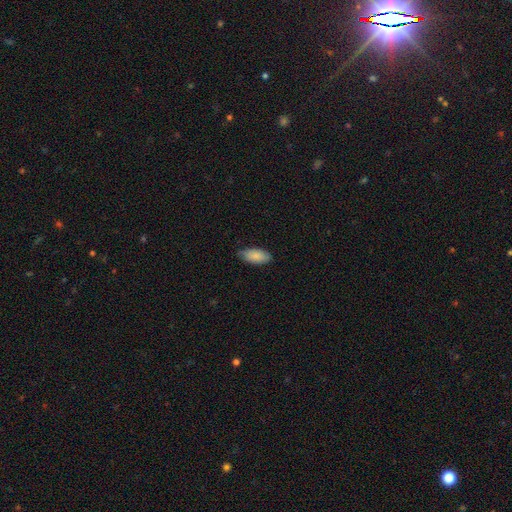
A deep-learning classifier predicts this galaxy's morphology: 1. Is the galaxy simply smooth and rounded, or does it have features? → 86% smooth, 8% featured or disk, 6% star or artifact.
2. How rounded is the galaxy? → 89% in between, 9% cigar-shaped, 2% round.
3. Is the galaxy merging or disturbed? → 78% none, 19% minor disturbance, 2% major disturbance, 1% merger.